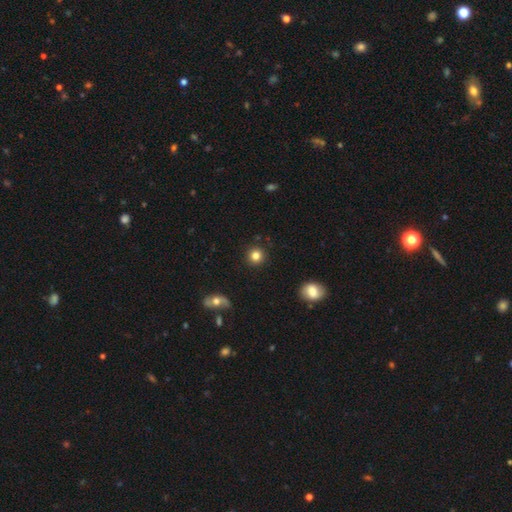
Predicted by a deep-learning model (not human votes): Smooth or featured? Predicted: smooth (p=0.84). How rounded? Predicted: round (p=0.93). Merging? Predicted: none (p=0.91).